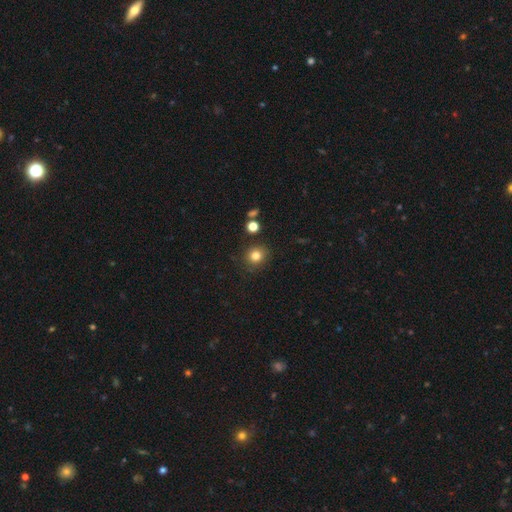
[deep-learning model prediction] The model was most divided on "smooth or featured": smooth: 81%, star or artifact: 13%, featured or disk: 6%. More confident: how rounded — round (86%); merging — none (86%).